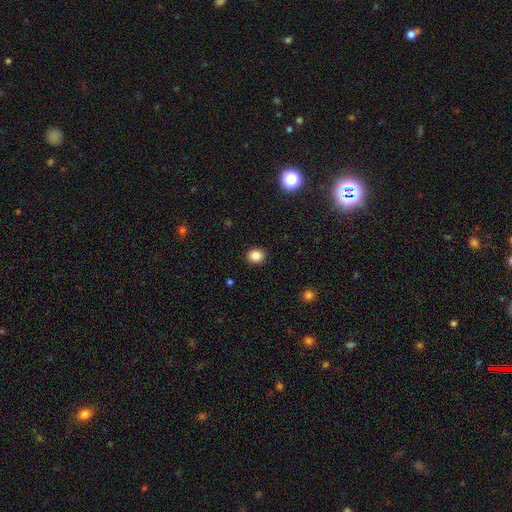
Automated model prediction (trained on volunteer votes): smooth 86%, star or artifact 10%, featured or disk 4%. Down the decision tree: how rounded — round (66%); merging — none (91%).